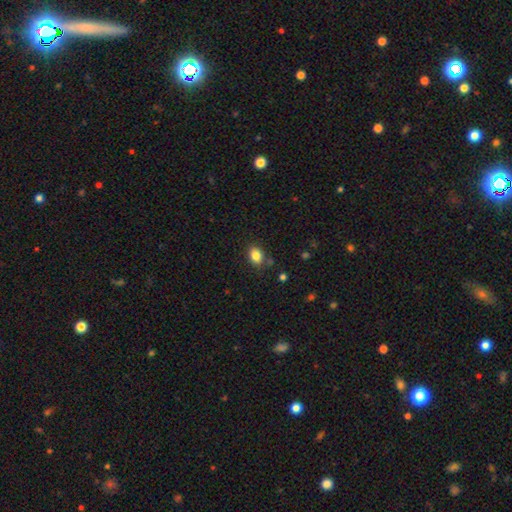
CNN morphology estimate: Q: Smooth or featured?
A: smooth (84%); runner-up: star or artifact (10%)
Q: How rounded?
A: in between (69%); runner-up: round (30%)
Q: Merging?
A: none (82%); runner-up: minor disturbance (12%)